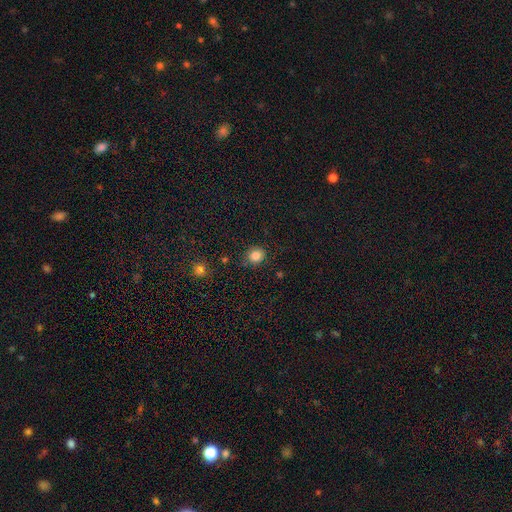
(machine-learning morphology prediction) smooth-or-featured: smooth: 83% | star or artifact: 11% | featured or disk: 5%
  how-rounded: round: 83% | in between: 17% | cigar-shaped: 1%
  merging: none: 86% | minor disturbance: 9% | major disturbance: 2% | merger: 2%